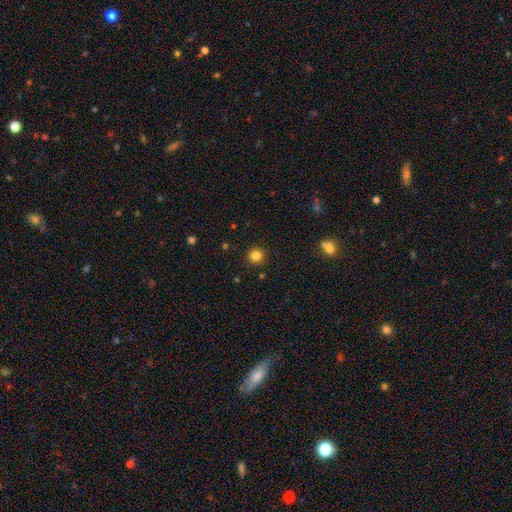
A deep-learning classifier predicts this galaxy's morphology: Smooth or featured? Predicted: smooth (p=0.83). How rounded? Predicted: round (p=0.93). Merging? Predicted: none (p=0.92).